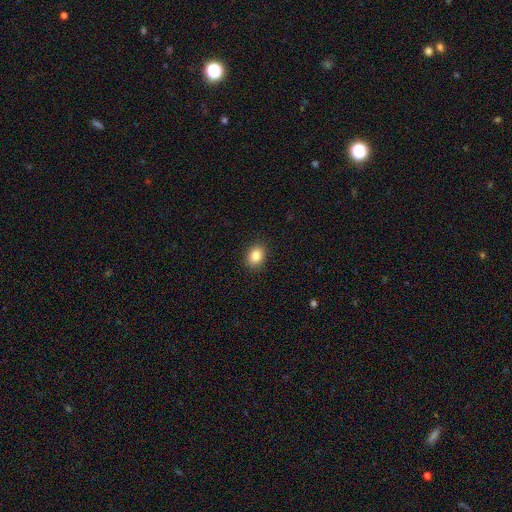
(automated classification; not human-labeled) Morphology: type=smooth (85%); roundness=in between (59%); merging=none (90%).